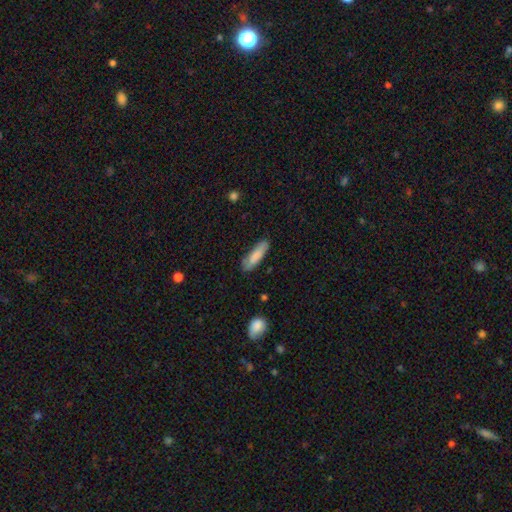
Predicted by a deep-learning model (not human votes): Smooth or featured? Predicted: smooth (p=0.82). How rounded? Predicted: cigar-shaped (p=0.58). Merging? Predicted: none (p=0.78).